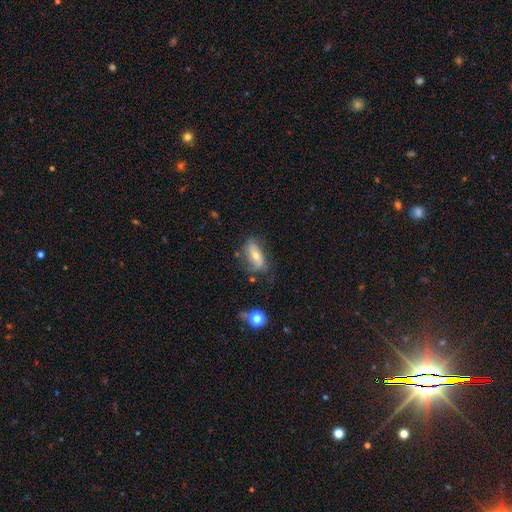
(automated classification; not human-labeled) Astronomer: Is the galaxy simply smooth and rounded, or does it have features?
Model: featured or disk — 51% (runner-up: smooth, 40%).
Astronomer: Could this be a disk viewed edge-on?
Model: no — 87%.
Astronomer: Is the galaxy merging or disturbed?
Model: none — 55%.